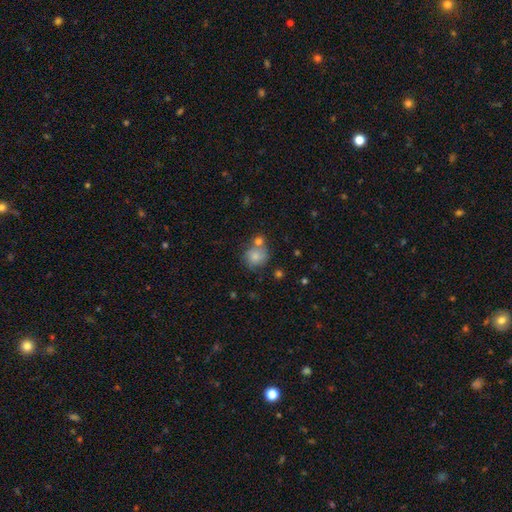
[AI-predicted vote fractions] Smooth or featured? smooth (78%)
How rounded? round (81%)
Merging? none (52%)